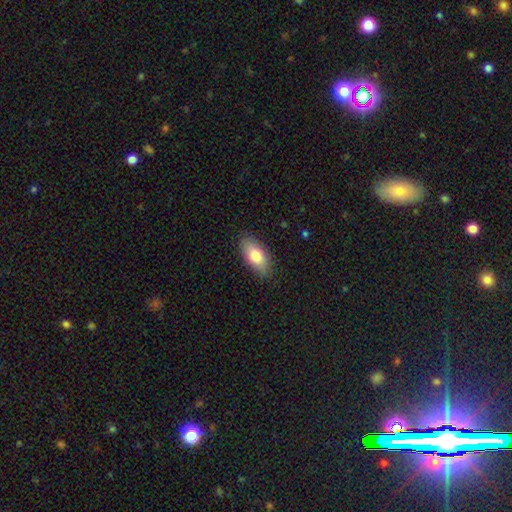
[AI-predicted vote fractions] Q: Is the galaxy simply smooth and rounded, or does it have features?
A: smooth — 78%.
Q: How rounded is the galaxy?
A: in between — 89%.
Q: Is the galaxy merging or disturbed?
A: none — 85%.